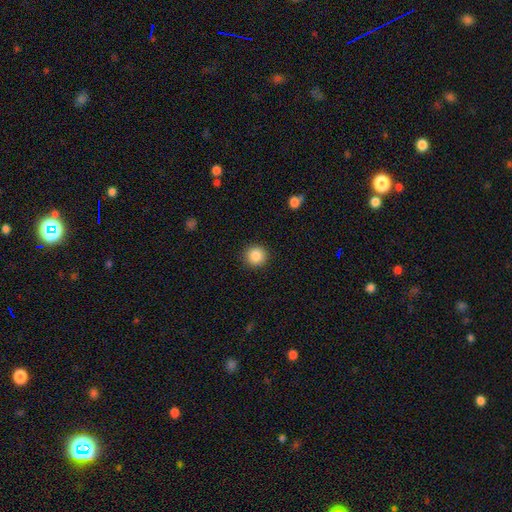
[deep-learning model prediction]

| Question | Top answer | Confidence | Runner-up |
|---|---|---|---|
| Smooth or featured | smooth | 86% | star or artifact (9%) |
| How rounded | round | 94% | in between (5%) |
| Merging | none | 91% | minor disturbance (6%) |